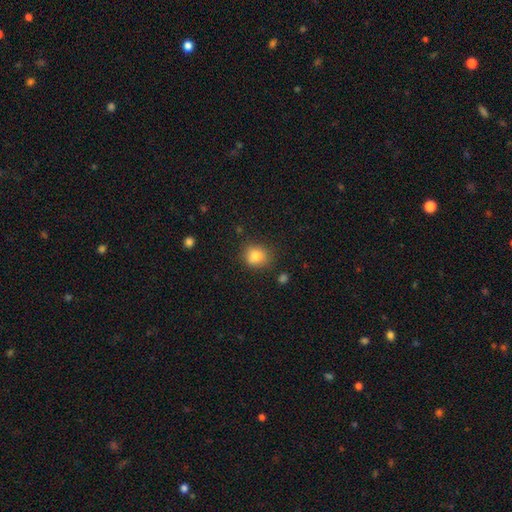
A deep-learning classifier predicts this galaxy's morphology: Smooth or featured: smooth — 80% (star or artifact — 11%)
How rounded: round — 74% (in between — 26%)
Merging: none — 74% (minor disturbance — 18%)